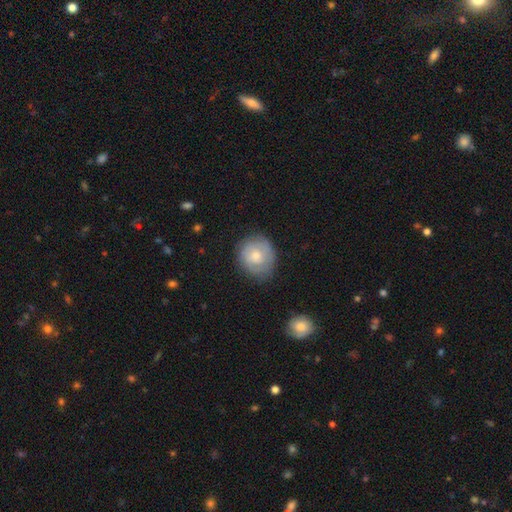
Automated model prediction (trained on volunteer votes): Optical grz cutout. It shows a smooth galaxy with no disk features (50%) that is round (81%). Merging: none (75%).